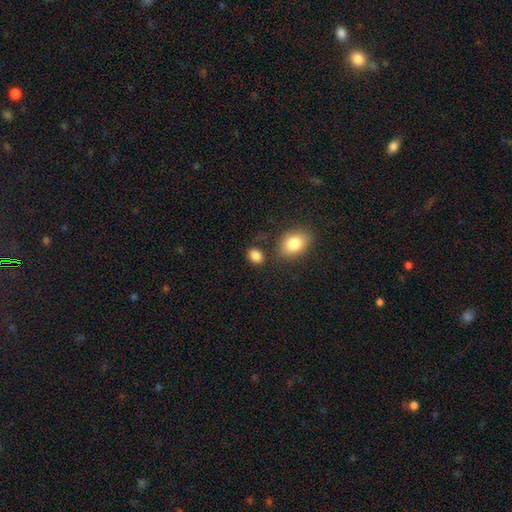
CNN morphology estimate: Smooth or featured? smooth (85%)
How rounded? in between (58%)
Merging? none (73%)